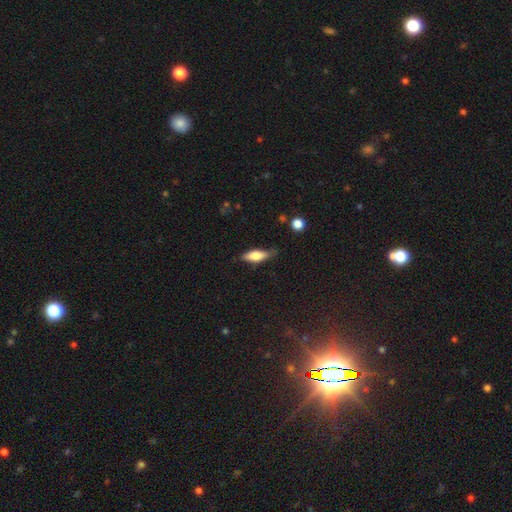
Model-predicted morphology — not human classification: type=smooth (68%); roundness=in between (55%); merging=none (65%).